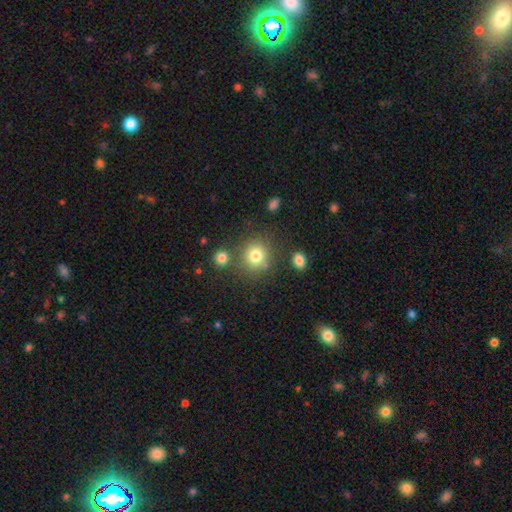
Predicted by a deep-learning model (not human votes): The model was most divided on "merging": none: 74%, merger: 11%, minor disturbance: 11%, major disturbance: 4%. More confident: how rounded — round (85%); smooth or featured — smooth (79%).